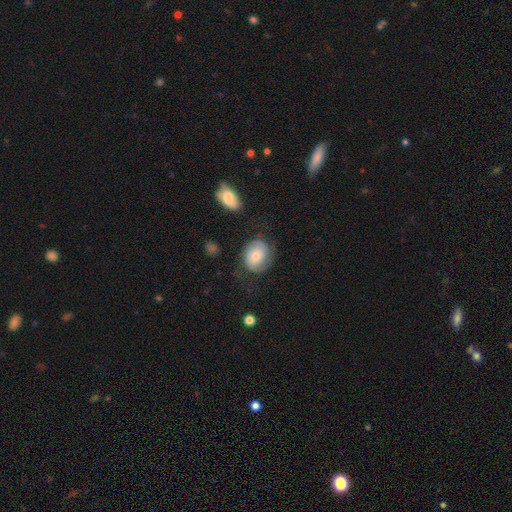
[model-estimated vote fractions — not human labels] Overall: featured or disk (47%; smooth 45%). Merging: none (59%; minor disturbance 23%).